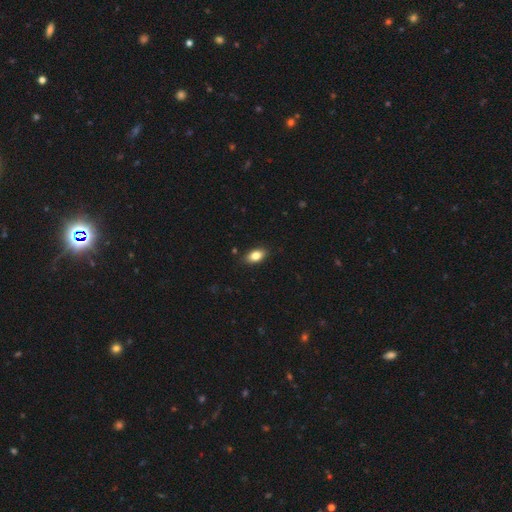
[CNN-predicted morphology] Overall: smooth (83%). How rounded: in between (89%). Merging: none (87%).